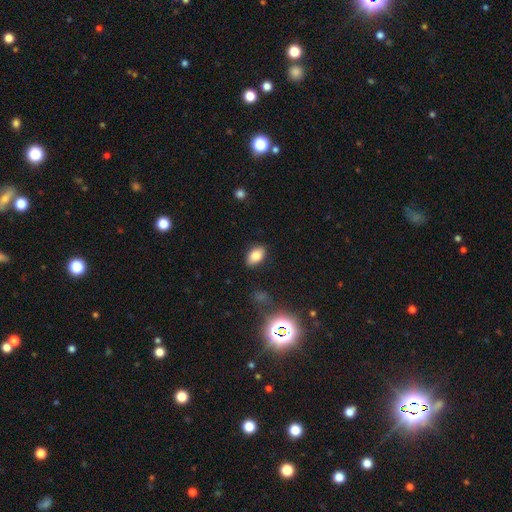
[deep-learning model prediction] Smooth or featured?
  - smooth: 80% *
  - star or artifact: 11%
  - featured or disk: 9%
How rounded?
  - in between: 89% *
  - round: 9%
  - cigar-shaped: 2%
Merging?
  - none: 85% *
  - minor disturbance: 11%
  - major disturbance: 3%
  - merger: 1%